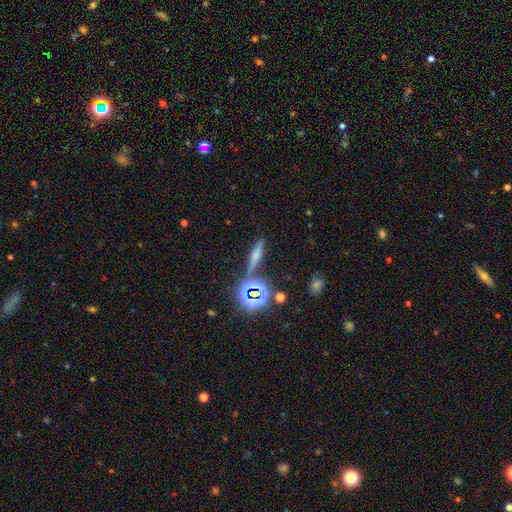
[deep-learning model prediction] Smooth or featured?
  - smooth: 52% *
  - star or artifact: 26%
  - featured or disk: 22%
How rounded?
  - cigar-shaped: 71% *
  - in between: 20%
  - round: 10%
Merging?
  - none: 76% *
  - minor disturbance: 11%
  - merger: 8%
  - major disturbance: 4%